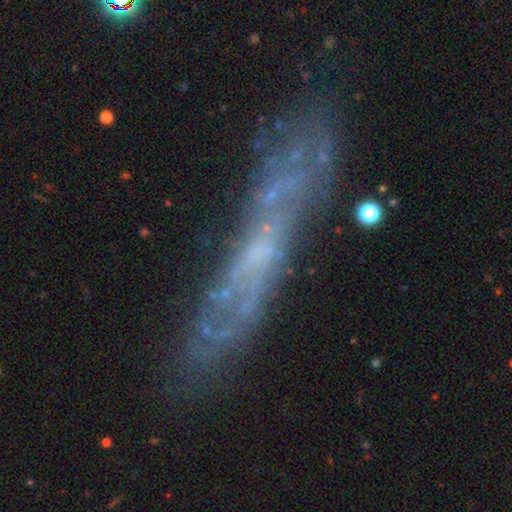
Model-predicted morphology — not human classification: Smooth or featured: featured or disk — 64% (smooth — 26%)
Edge-on disk: yes — 56% (no — 44%)
Merging: none — 69% (minor disturbance — 19%)